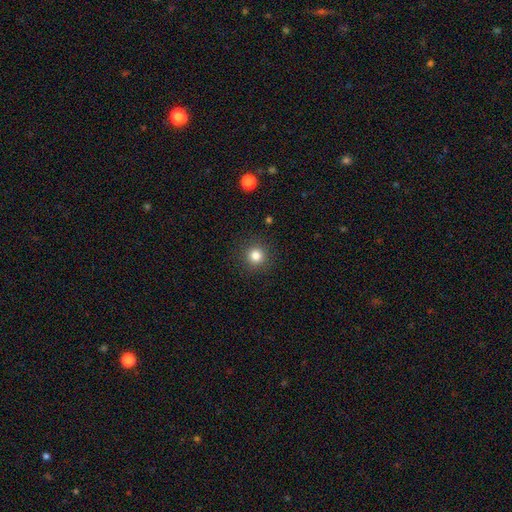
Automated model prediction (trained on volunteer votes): Smooth or featured? smooth (82%)
How rounded? round (95%)
Merging? none (91%)